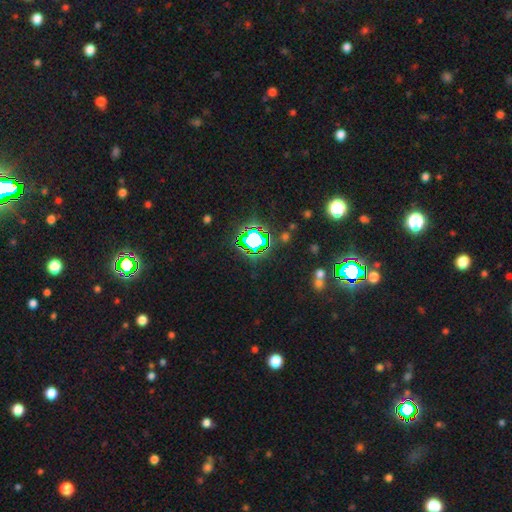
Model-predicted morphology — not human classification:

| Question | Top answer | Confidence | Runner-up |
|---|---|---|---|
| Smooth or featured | star or artifact | 80% | smooth (13%) |